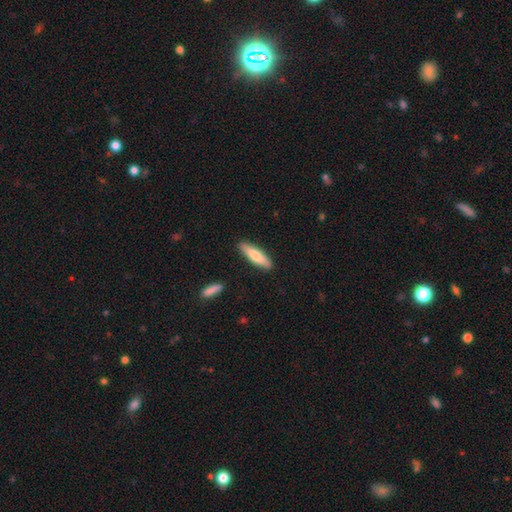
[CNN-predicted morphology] A smooth galaxy with no disk features (76%) that is cigar-shaped (68%). Merging: none (87%).